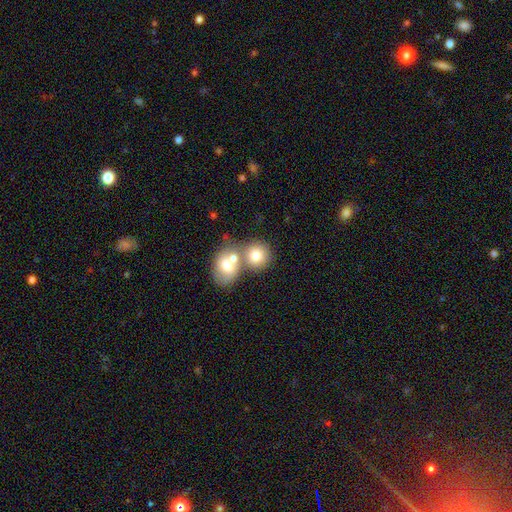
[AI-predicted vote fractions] A smooth galaxy with no disk features (74%) that is round (80%).

Vote fractions:
- Smooth or featured? smooth: 74% / featured or disk: 16% / star or artifact: 10%
- How rounded? round: 80% / in between: 19% / cigar-shaped: 1%
- Merging? merger: 49% / none: 40% / minor disturbance: 7% / major disturbance: 3%